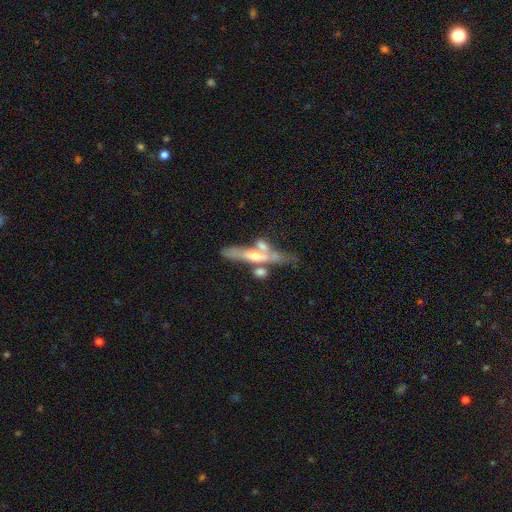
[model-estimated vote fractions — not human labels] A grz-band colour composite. It shows a featured or disk galaxy (58%) viewed edge-on (71%). Merging: none (37%).